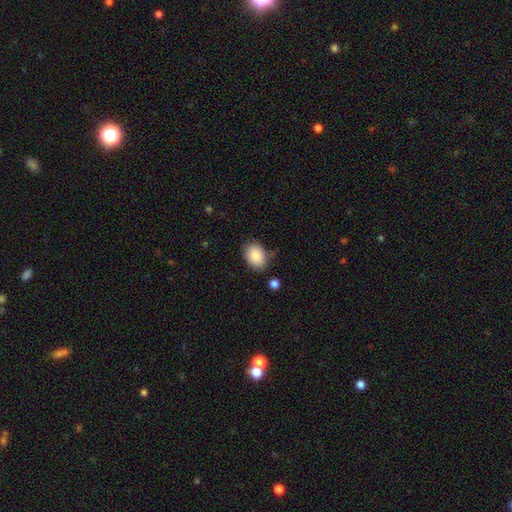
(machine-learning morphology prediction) Smooth or featured: smooth — 87% (star or artifact — 7%)
How rounded: in between — 76% (round — 23%)
Merging: none — 78% (minor disturbance — 15%)